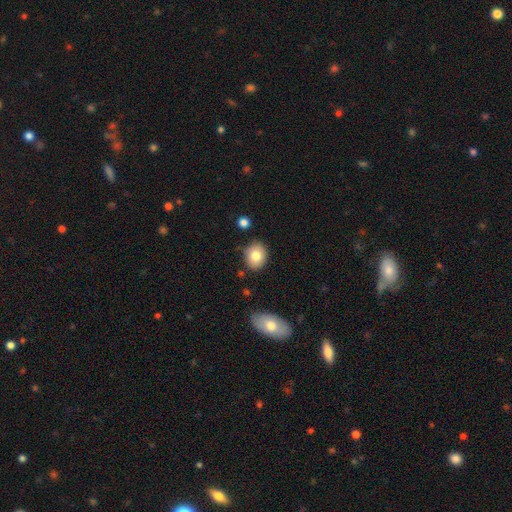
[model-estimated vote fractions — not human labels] This is clearly a smooth galaxy (80%). How rounded: possibly round (56%). Merging: clearly none (84%).